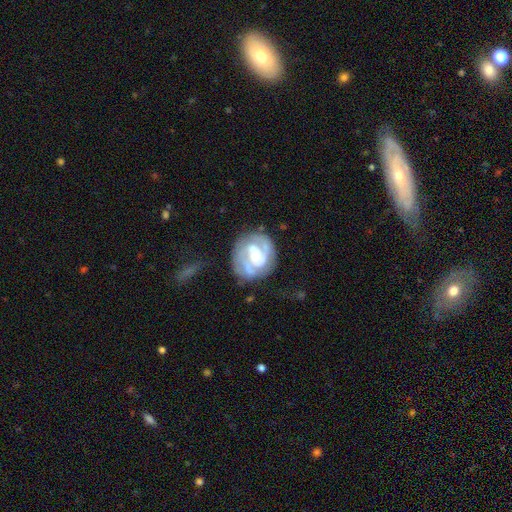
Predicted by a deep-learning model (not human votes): Smooth or featured?
  - featured or disk: 79% *
  - smooth: 15%
  - star or artifact: 6%
Edge-on disk?
  - no: 98% *
  - yes: 2%
Bar?
  - no: 51% *
  - weak: 37%
  - strong: 12%
Spiral arms?
  - yes: 91% *
  - no: 9%
Spiral winding?
  - tight: 53% *
  - medium: 36%
  - loose: 10%
Spiral arm count?
  - 2: 49% *
  - can't tell: 20%
  - 3: 18%
  - 1: 6%
  - 4: 4%
  - more than 4: 3%
Bulge size?
  - moderate: 35% *
  - small: 31%
  - large: 17%
  - none: 14%
  - dominant: 3%
Merging?
  - none: 65% *
  - minor disturbance: 19%
  - major disturbance: 12%
  - merger: 4%